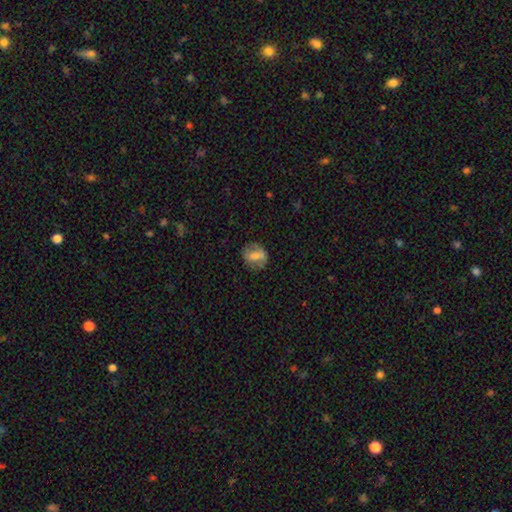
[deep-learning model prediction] Smooth or featured: smooth — 53% (featured or disk — 39%)
How rounded: round — 61% (in between — 37%)
Merging: none — 70% (minor disturbance — 19%)